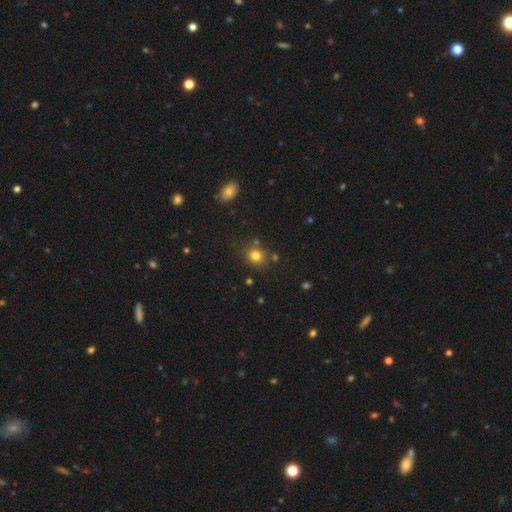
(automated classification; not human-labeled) Morphology: type=smooth (78%); roundness=round (78%); merging=none (78%).